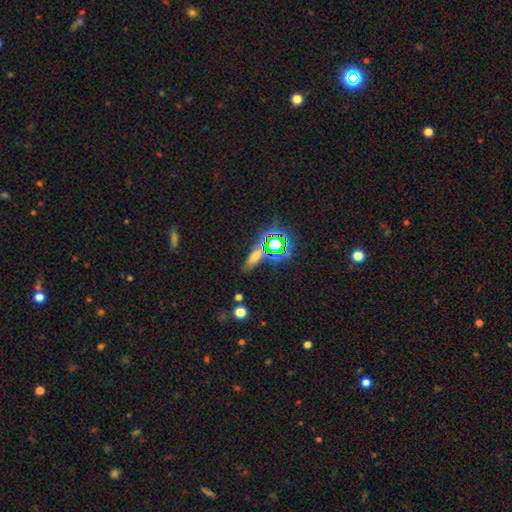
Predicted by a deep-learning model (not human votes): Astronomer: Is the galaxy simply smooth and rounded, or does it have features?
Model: smooth — 50% (runner-up: star or artifact, 34%).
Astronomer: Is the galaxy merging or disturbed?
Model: none — 74%.